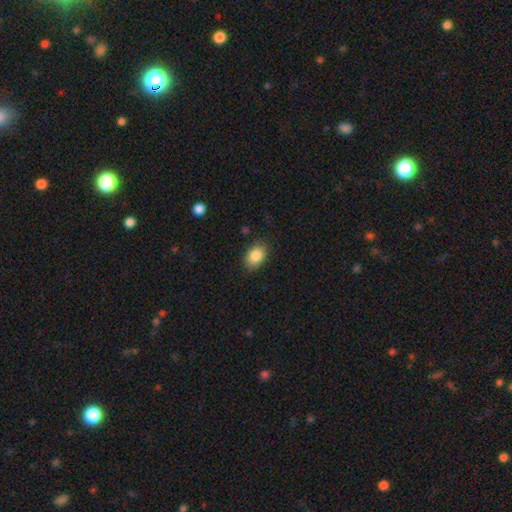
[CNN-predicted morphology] The model was most divided on "how rounded": in between: 83%, round: 16%, cigar-shaped: 1%. More confident: smooth or featured — smooth (86%); merging — none (83%).